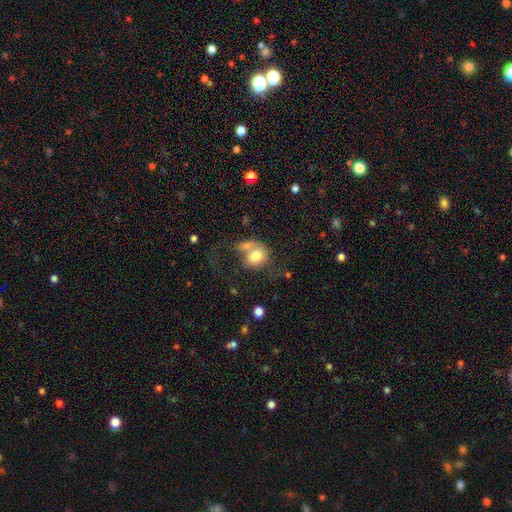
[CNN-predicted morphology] Q: Smooth or featured?
A: smooth (69%); runner-up: featured or disk (22%)
Q: How rounded?
A: round (56%); runner-up: in between (43%)
Q: Merging?
A: merger (39%); runner-up: none (26%)